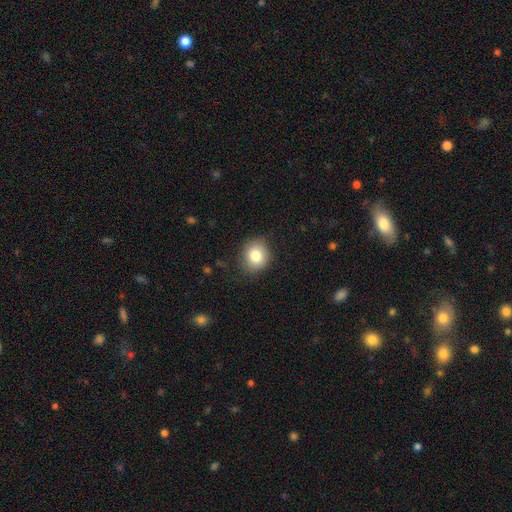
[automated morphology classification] Q: Smooth or featured?
A: smooth (82%); runner-up: star or artifact (9%)
Q: How rounded?
A: round (74%); runner-up: in between (25%)
Q: Merging?
A: none (82%); runner-up: minor disturbance (13%)